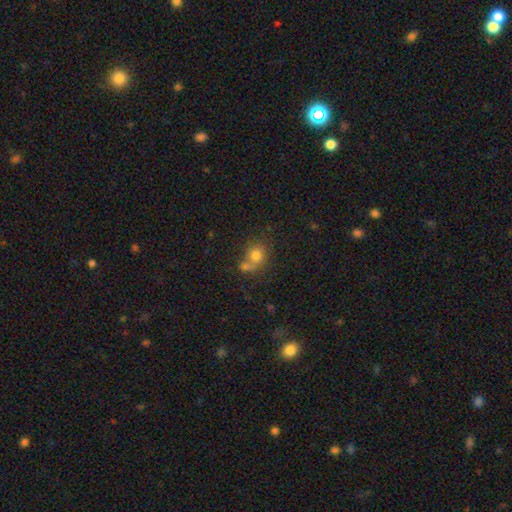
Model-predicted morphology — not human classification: smooth 74%, featured or disk 14%, star or artifact 12%. Down the decision tree: how rounded — round (69%); merging — merger (41%).